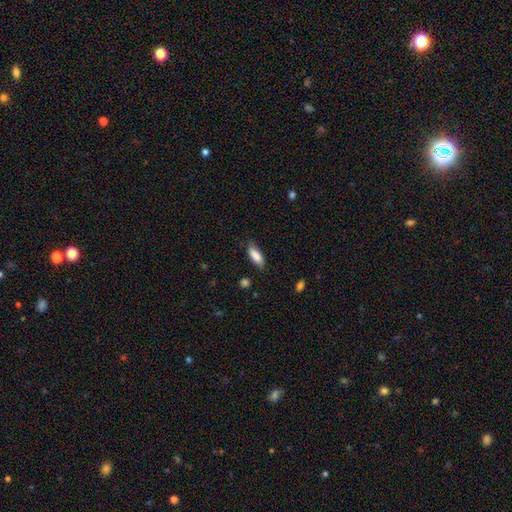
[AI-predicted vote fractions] smooth 85%, featured or disk 9%, star or artifact 7%. Down the decision tree: how rounded — in between (69%); merging — none (76%).